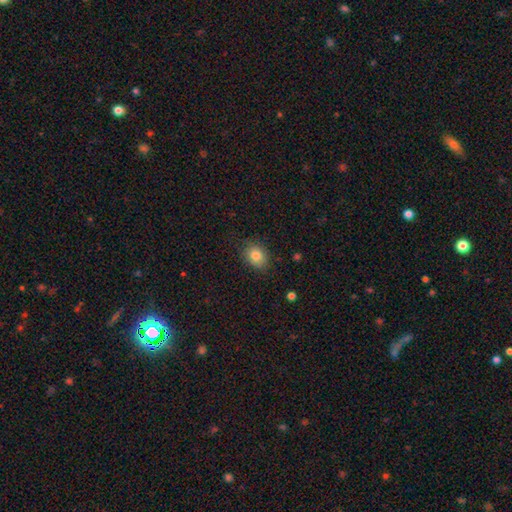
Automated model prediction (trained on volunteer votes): This appears to be a smooth galaxy with no disk features (83%) that is in between round and cigar-shaped (52%). Merging: none (79%).